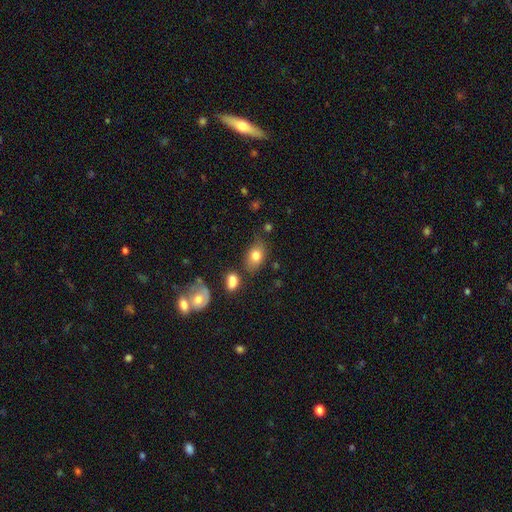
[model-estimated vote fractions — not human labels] A smooth galaxy with no disk features (79%) that is in between round and cigar-shaped (79%). Merging: none (68%).